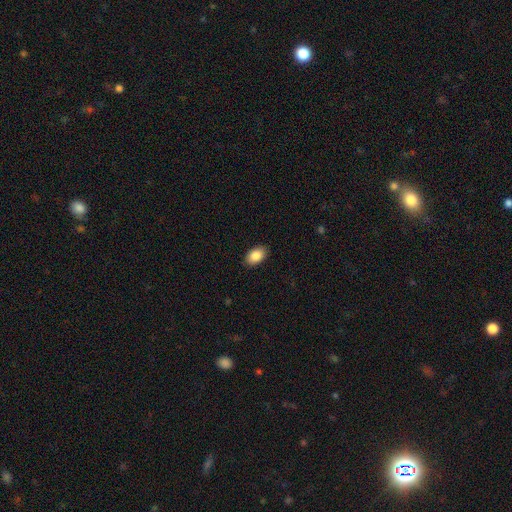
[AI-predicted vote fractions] Smooth or featured? smooth (88%)
How rounded? in between (91%)
Merging? none (89%)